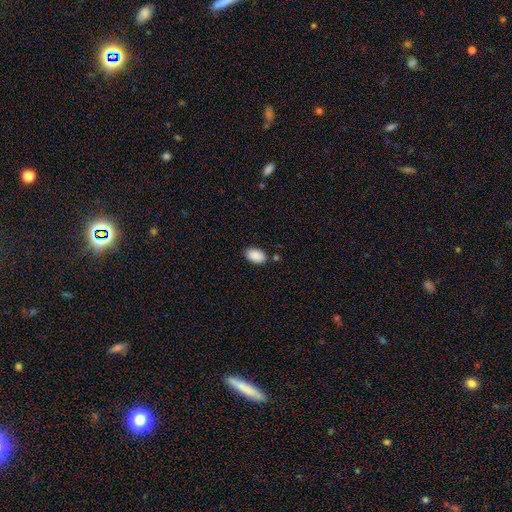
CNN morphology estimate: Smooth or featured? smooth (90%)
How rounded? in between (93%)
Merging? none (83%)